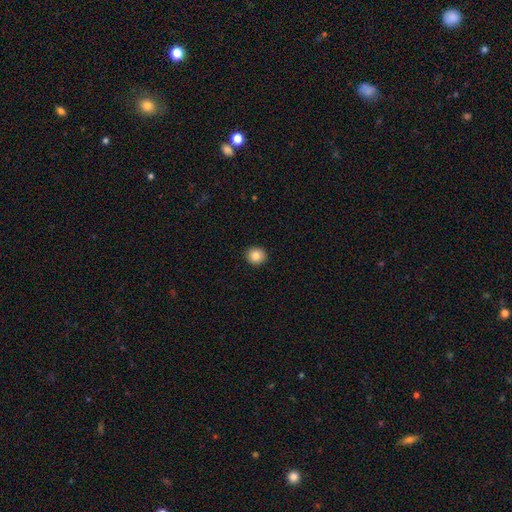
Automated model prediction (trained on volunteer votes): This appears to be a smooth galaxy with no disk features (85%) that is round (86%). Merging: none (92%).